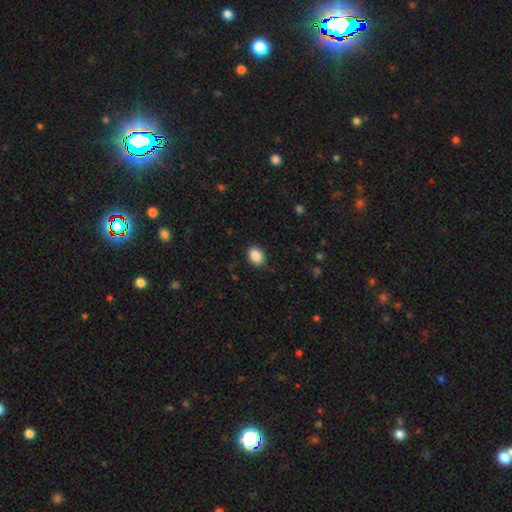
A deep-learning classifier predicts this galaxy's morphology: A smooth galaxy with no disk features (88%) that is in between round and cigar-shaped (65%). Merging: none (86%).